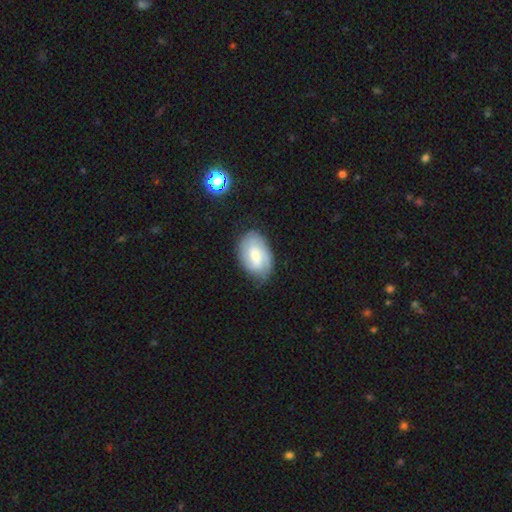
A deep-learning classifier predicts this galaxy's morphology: type=featured or disk (48%); merging=none (68%).